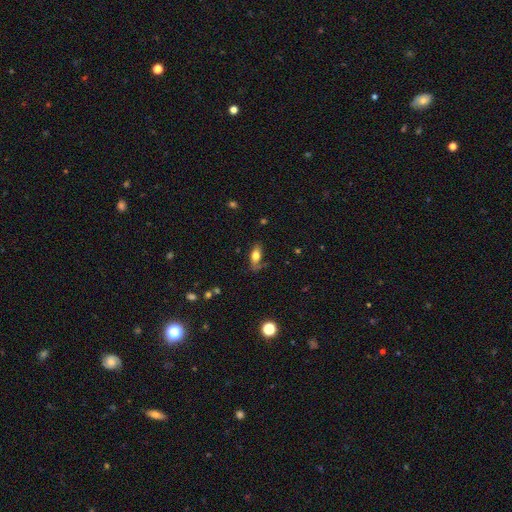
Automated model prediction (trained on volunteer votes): A smooth galaxy with no disk features (71%) that is in between round and cigar-shaped (80%). Merging: none (65%).